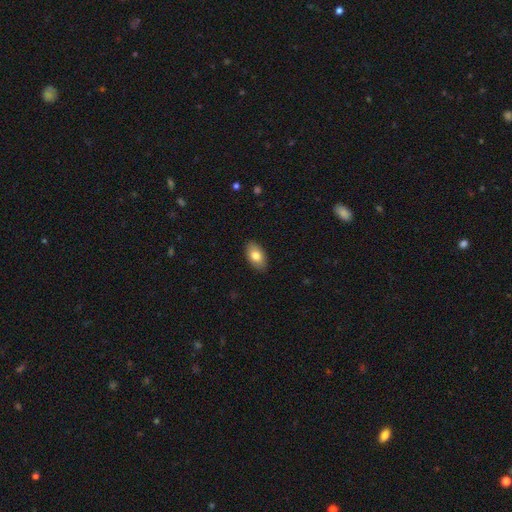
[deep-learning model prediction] A smooth galaxy with no disk features (80%) that is in between round and cigar-shaped (93%). Merging: none (89%).